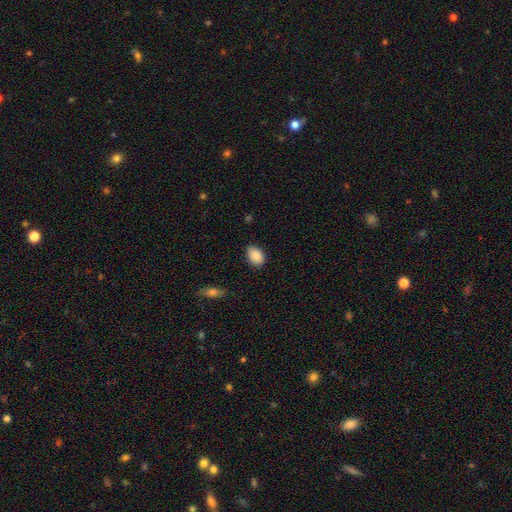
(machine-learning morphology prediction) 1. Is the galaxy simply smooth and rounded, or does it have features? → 88% smooth, 7% star or artifact, 4% featured or disk.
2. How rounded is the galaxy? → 83% in between, 16% round, 1% cigar-shaped.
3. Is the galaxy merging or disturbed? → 83% none, 13% minor disturbance, 2% major disturbance, 1% merger.